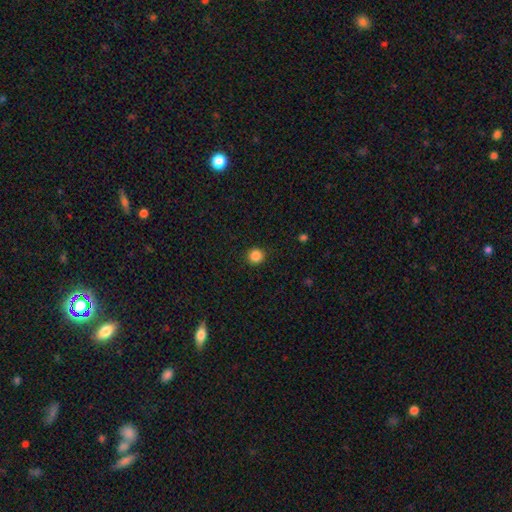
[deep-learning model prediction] This appears to be a smooth galaxy with no disk features (86%) that is round (95%). Merging: none (92%).